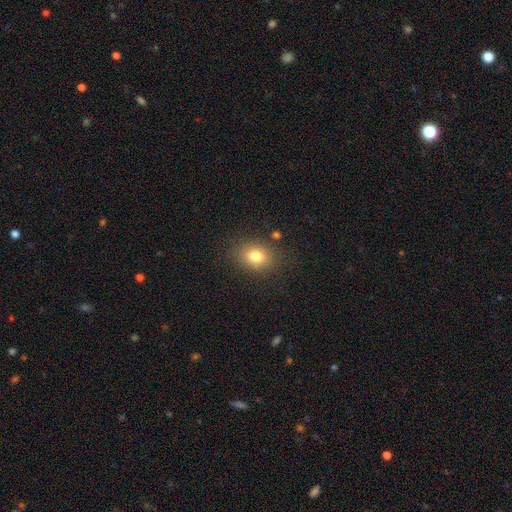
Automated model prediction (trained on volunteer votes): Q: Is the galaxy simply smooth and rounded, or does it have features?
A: smooth — 78%.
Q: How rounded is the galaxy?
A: in between — 58%.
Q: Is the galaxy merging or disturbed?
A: none — 81%.